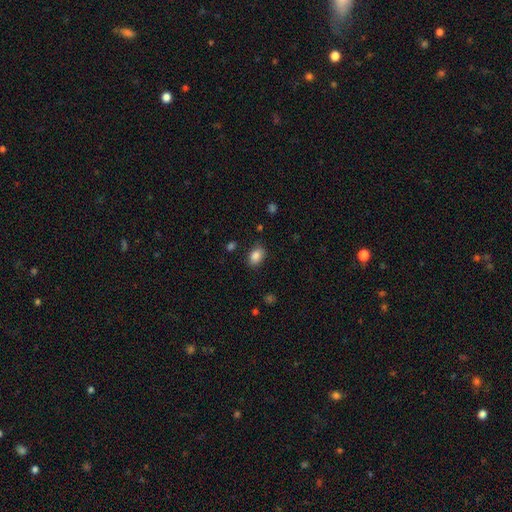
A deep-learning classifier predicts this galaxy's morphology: Smooth or featured? Predicted: smooth (p=0.86). How rounded? Predicted: in between (p=0.85). Merging? Predicted: none (p=0.84).